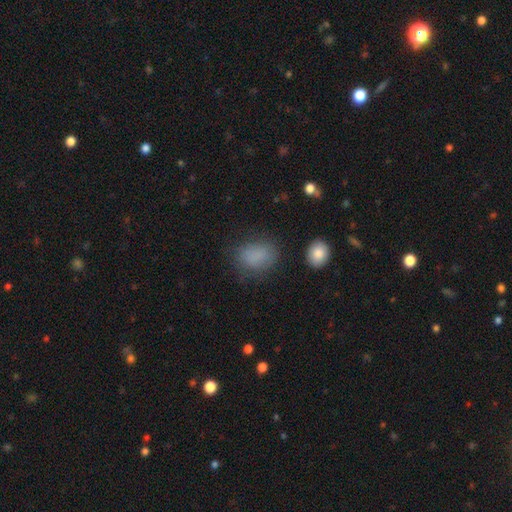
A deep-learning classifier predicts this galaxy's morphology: smooth_or_featured: smooth (p=0.81) [alt: star or artifact p=0.12]
how_rounded: in between (p=0.65) [alt: round p=0.34]
merging: none (p=0.71) [alt: minor disturbance p=0.18]